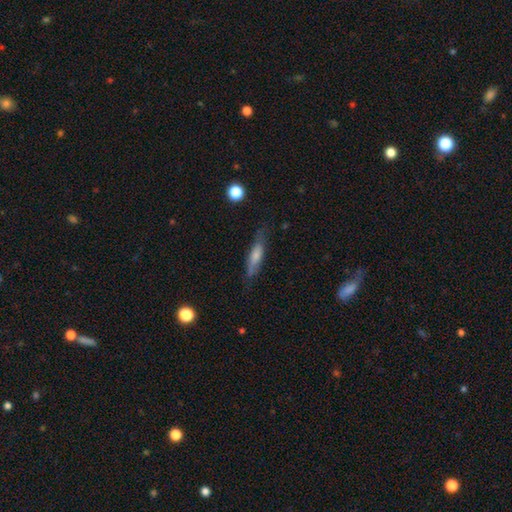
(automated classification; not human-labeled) smooth-or-featured: smooth: 66% | featured or disk: 28% | star or artifact: 7%
  how-rounded: cigar-shaped: 70% | in between: 28% | round: 2%
  merging: none: 68% | minor disturbance: 23% | major disturbance: 7% | merger: 2%